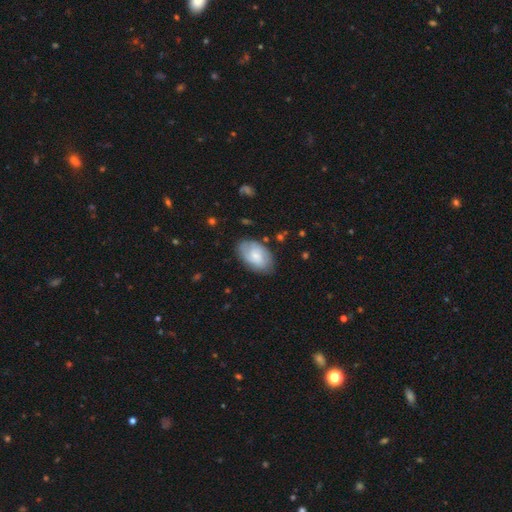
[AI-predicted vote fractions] smooth 54%, featured or disk 39%, star or artifact 7%. Down the decision tree: how rounded — in between (91%); merging — none (75%).